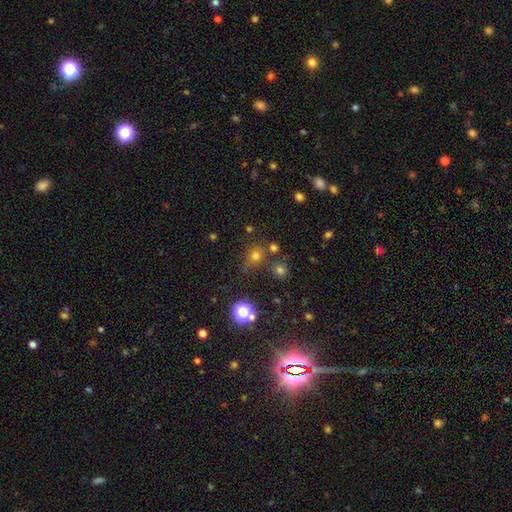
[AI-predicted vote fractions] Smooth or featured: smooth — 64% (star or artifact — 28%)
How rounded: round — 75% (in between — 23%)
Merging: none — 67% (minor disturbance — 15%)